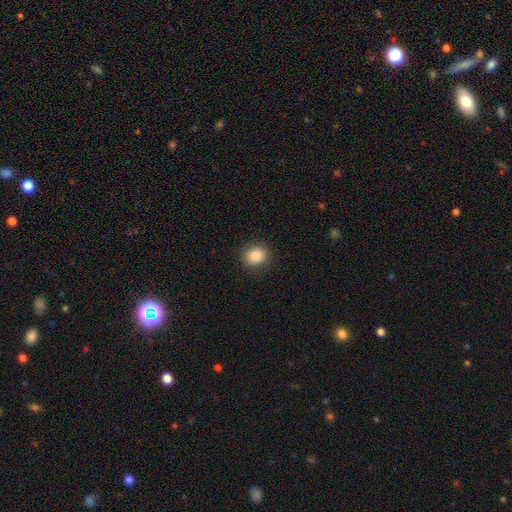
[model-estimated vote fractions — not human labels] This appears to be a smooth galaxy with no disk features (84%) that is round (74%). Merging: none (89%).